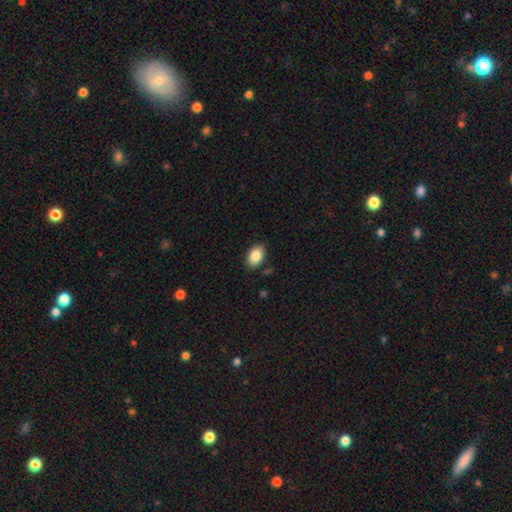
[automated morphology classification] This appears to be a smooth galaxy with no disk features (86%) that is in between round and cigar-shaped (86%). Merging: none (85%).